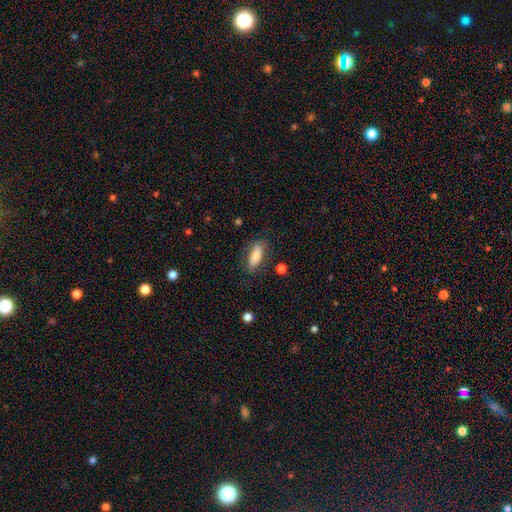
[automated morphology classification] The model was most divided on "merging": none: 73%, minor disturbance: 18%, major disturbance: 7%, merger: 2%. More confident: how rounded — in between (78%); smooth or featured — smooth (78%).